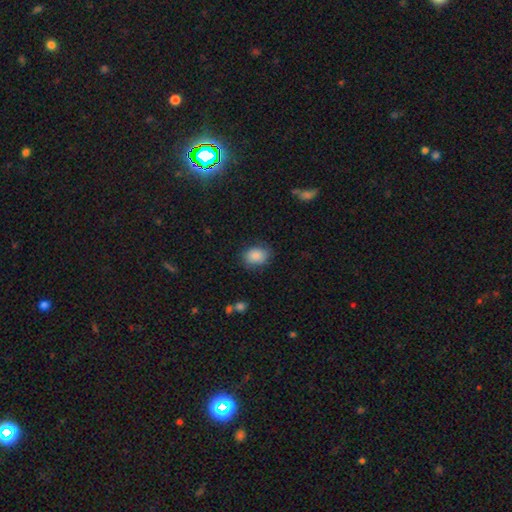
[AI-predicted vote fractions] smooth_or_featured: smooth (p=0.86) [alt: star or artifact p=0.08]
how_rounded: in between (p=0.58) [alt: round p=0.41]
merging: none (p=0.75) [alt: minor disturbance p=0.19]